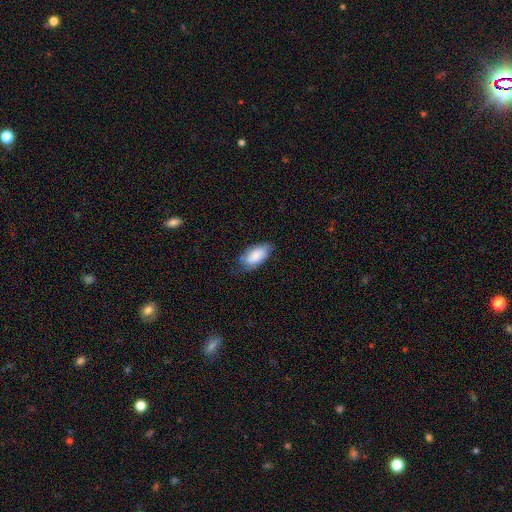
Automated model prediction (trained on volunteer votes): Smooth or featured: smooth — 82% (featured or disk — 11%)
How rounded: in between — 93% (cigar-shaped — 5%)
Merging: none — 62% (minor disturbance — 29%)